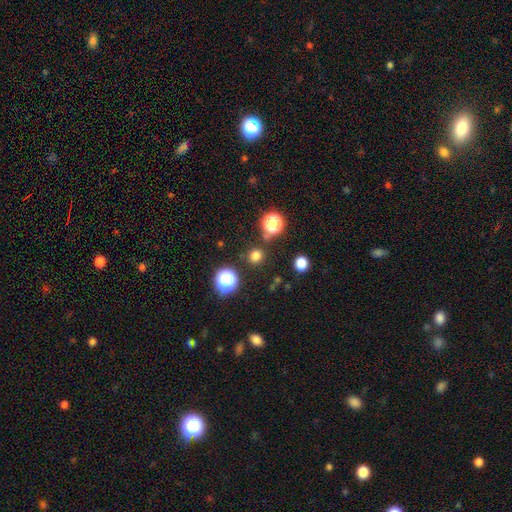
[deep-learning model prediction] Smooth or featured? Predicted: smooth (p=0.75). How rounded? Predicted: round (p=0.90). Merging? Predicted: none (p=0.85).